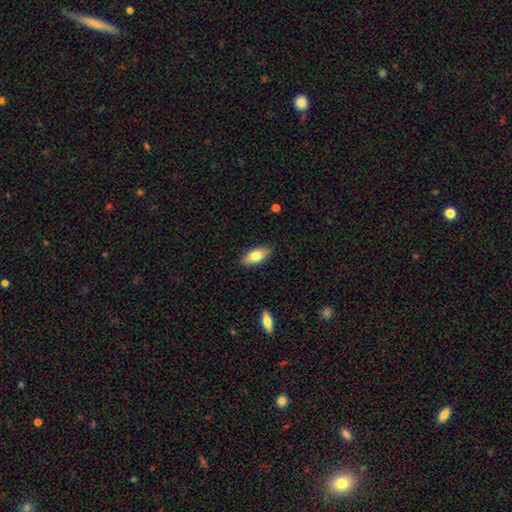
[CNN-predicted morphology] Q: Smooth or featured?
A: smooth (77%); runner-up: featured or disk (17%)
Q: How rounded?
A: in between (87%); runner-up: cigar-shaped (11%)
Q: Merging?
A: none (88%); runner-up: minor disturbance (9%)